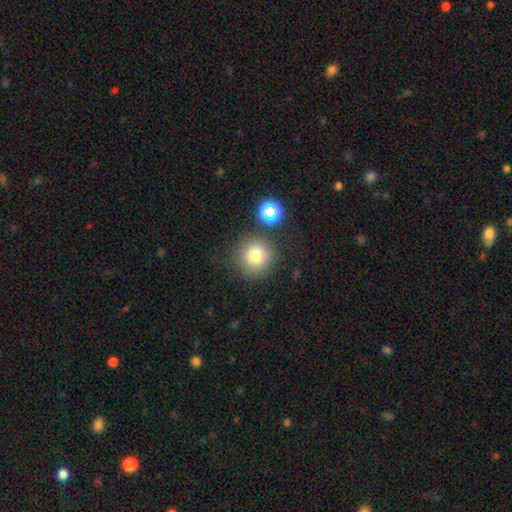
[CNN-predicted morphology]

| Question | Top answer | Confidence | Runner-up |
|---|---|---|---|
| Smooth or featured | smooth | 77% | star or artifact (14%) |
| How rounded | round | 94% | in between (5%) |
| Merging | none | 82% | minor disturbance (9%) |